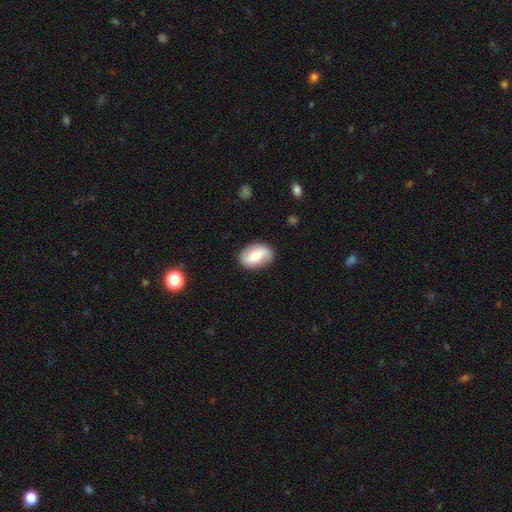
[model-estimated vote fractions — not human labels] smooth 51%, featured or disk 42%, star or artifact 7%. Down the decision tree: how rounded — in between (79%); merging — none (83%).